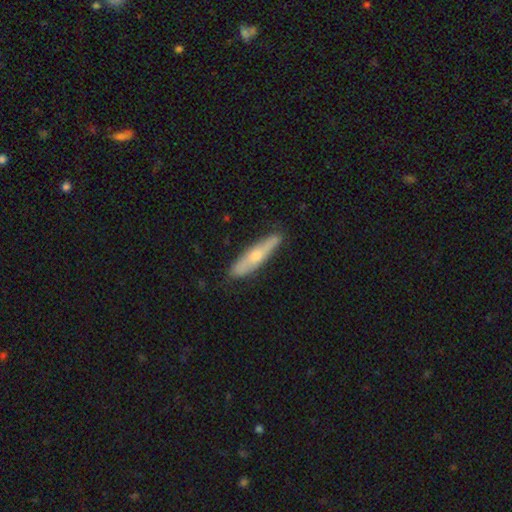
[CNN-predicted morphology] Smooth or featured? smooth (49%)
Merging? none (83%)